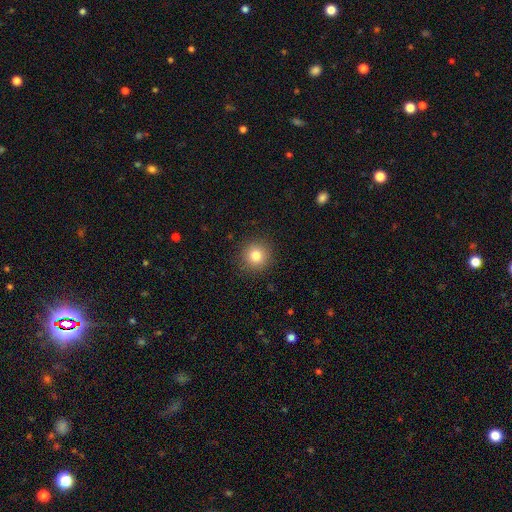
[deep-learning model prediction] The model was most divided on "smooth or featured": smooth: 81%, star or artifact: 12%, featured or disk: 7%. More confident: how rounded — round (94%); merging — none (90%).